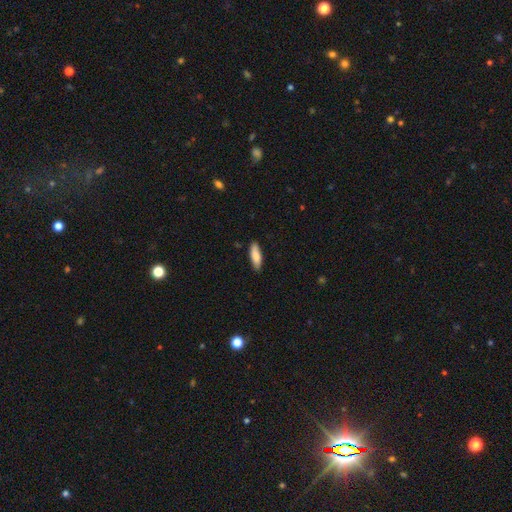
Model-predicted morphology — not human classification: Overall: smooth (85%). How rounded: in between (53%; cigar-shaped 46%). Merging: none (87%).